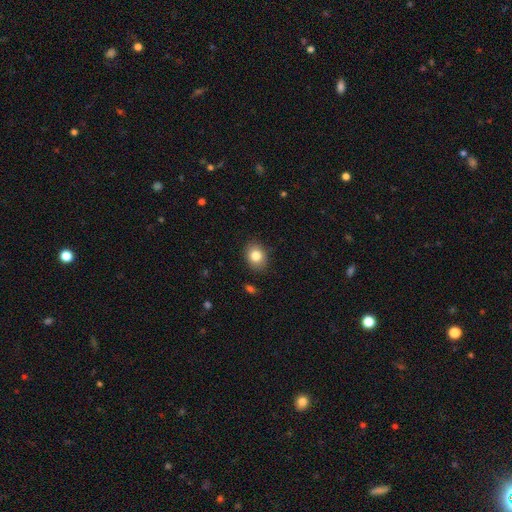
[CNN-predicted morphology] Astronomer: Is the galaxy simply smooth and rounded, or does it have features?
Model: smooth — 83%.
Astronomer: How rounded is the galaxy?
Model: in between — 57% (runner-up: round, 42%).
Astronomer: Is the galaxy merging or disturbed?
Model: none — 87%.